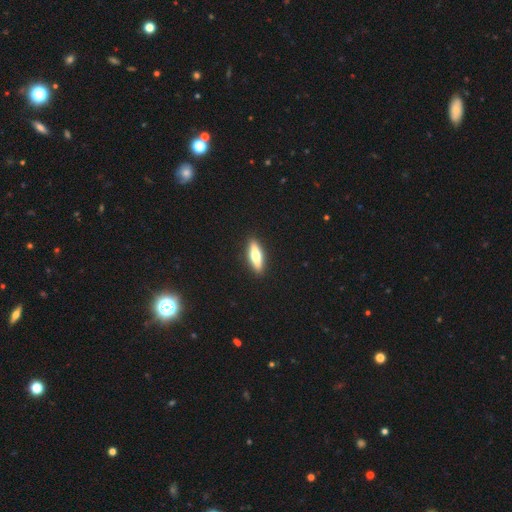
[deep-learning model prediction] Smooth or featured?
  - smooth: 49% *
  - featured or disk: 45%
  - star or artifact: 6%
Merging?
  - none: 91% *
  - minor disturbance: 6%
  - major disturbance: 2%
  - merger: 1%